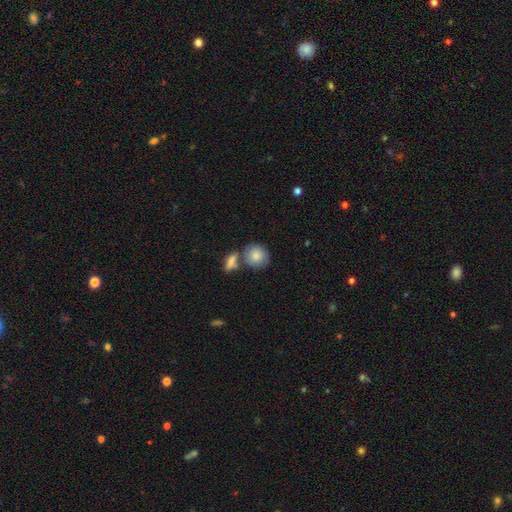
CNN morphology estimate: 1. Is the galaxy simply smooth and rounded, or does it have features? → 75% smooth, 18% featured or disk, 7% star or artifact.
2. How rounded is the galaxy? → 79% round, 19% in between, 2% cigar-shaped.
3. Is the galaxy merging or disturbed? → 50% none, 33% merger, 13% minor disturbance, 5% major disturbance.